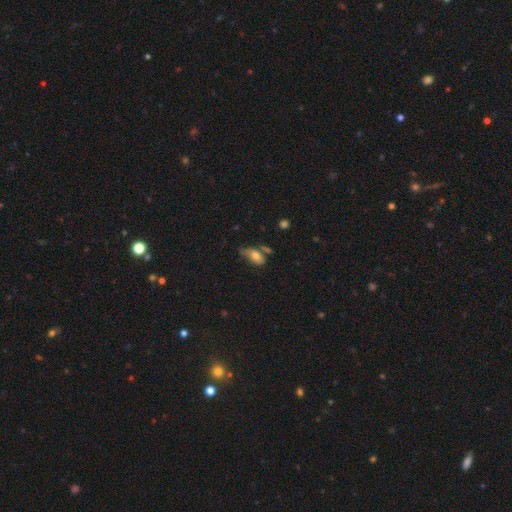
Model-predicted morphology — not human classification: This is likely a smooth galaxy (68%). How rounded: clearly in between (86%). Merging: marginally none (39%).